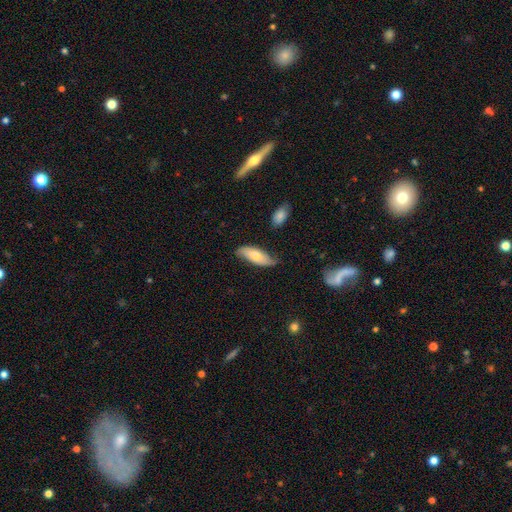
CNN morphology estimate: Smooth or featured? smooth (57%)
How rounded? in between (76%)
Merging? none (61%)